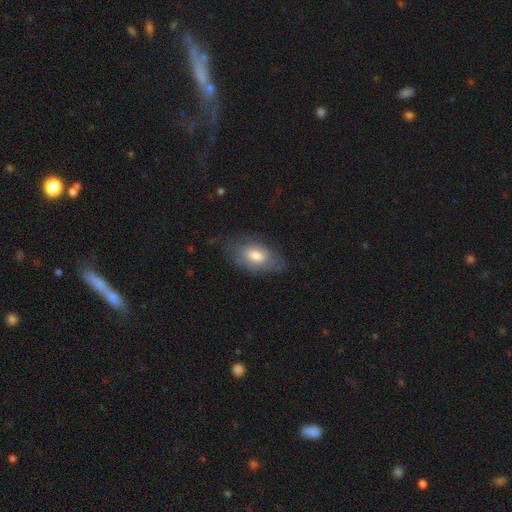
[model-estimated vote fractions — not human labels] This is likely a smooth galaxy (66%). How rounded: clearly in between (91%). Merging: likely none (69%).